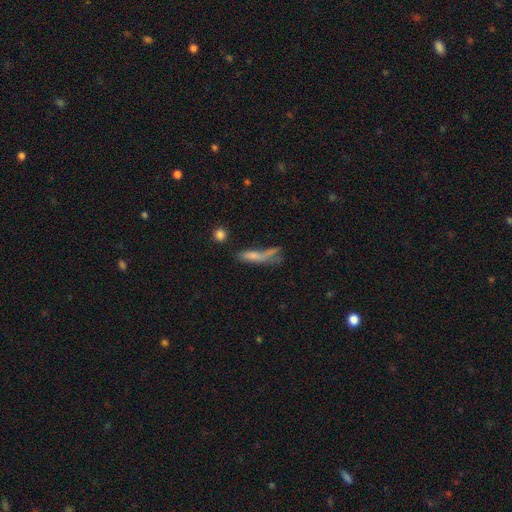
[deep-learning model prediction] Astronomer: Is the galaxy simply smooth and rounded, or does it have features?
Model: smooth — 60%.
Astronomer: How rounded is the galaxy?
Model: cigar-shaped — 75%.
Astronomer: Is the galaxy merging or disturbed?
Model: none — 38% (runner-up: major disturbance, 21%).